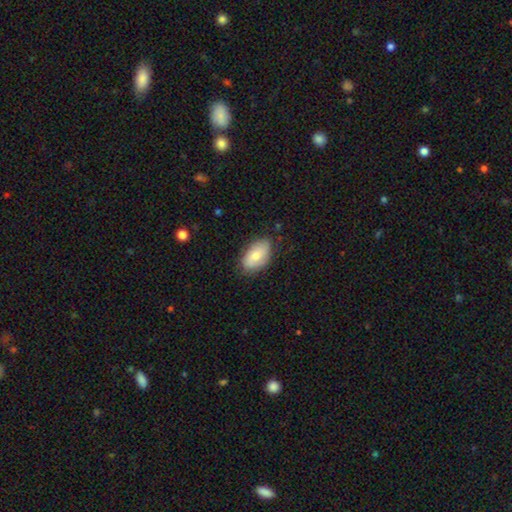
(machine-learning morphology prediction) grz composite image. It shows a smooth galaxy with no disk features (71%) that is in between round and cigar-shaped (93%). Merging: none (77%).